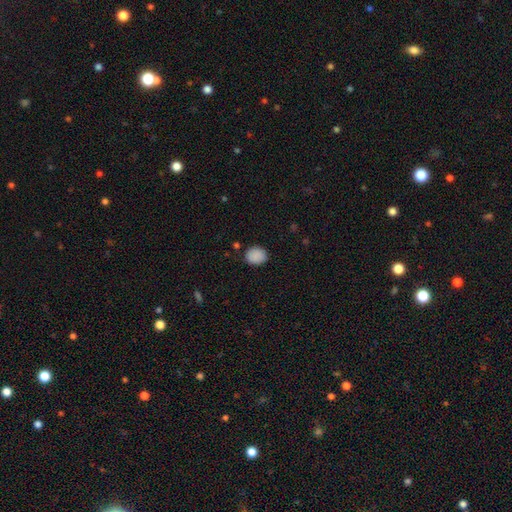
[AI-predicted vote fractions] smooth 89%, star or artifact 8%, featured or disk 3%. Down the decision tree: how rounded — round (61%); merging — none (85%).